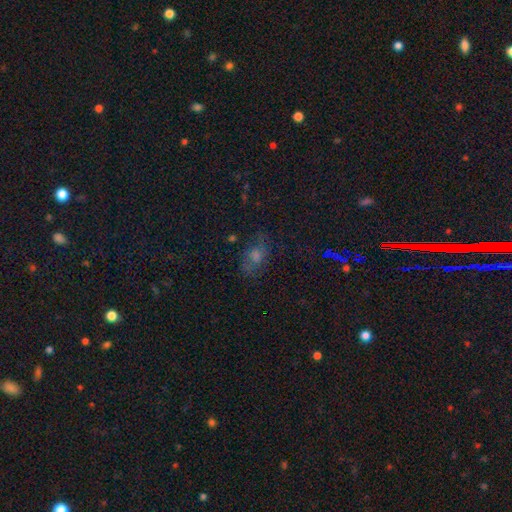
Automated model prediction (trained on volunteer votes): smooth_or_featured: smooth (p=0.38) [alt: star or artifact p=0.33]
merging: none (p=0.67) [alt: minor disturbance p=0.20]